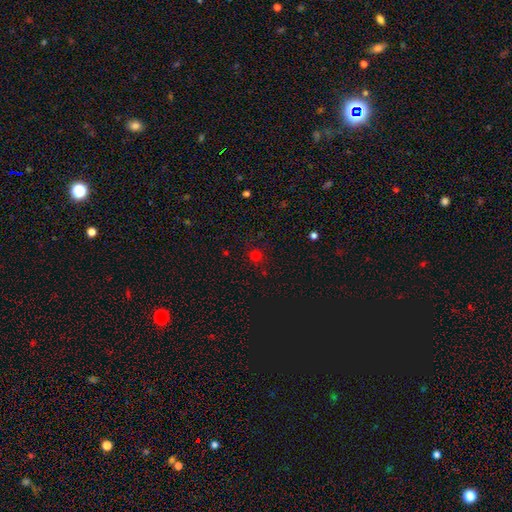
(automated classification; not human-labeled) Smooth or featured: smooth — 69% (star or artifact — 27%)
How rounded: round — 91% (in between — 8%)
Merging: none — 85% (minor disturbance — 10%)